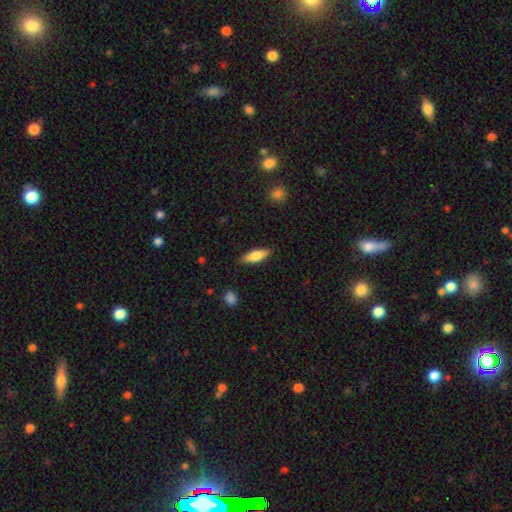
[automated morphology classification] smooth_or_featured: smooth (p=0.69) [alt: featured or disk p=0.25]
how_rounded: in between (p=0.51) [alt: cigar-shaped p=0.47]
merging: none (p=0.86) [alt: minor disturbance p=0.10]